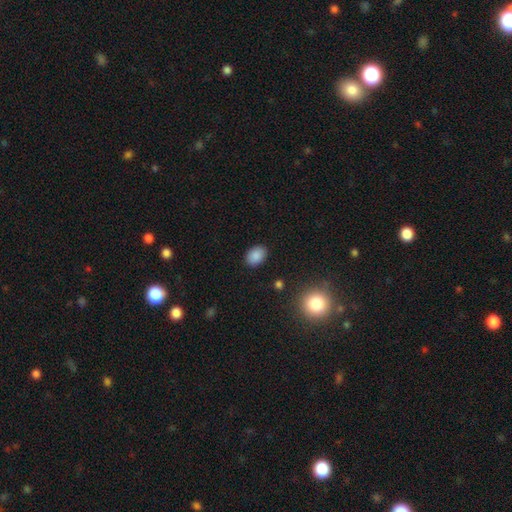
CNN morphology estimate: This appears to be a smooth galaxy with no disk features (86%) that is in between round and cigar-shaped (77%). Merging: none (87%).